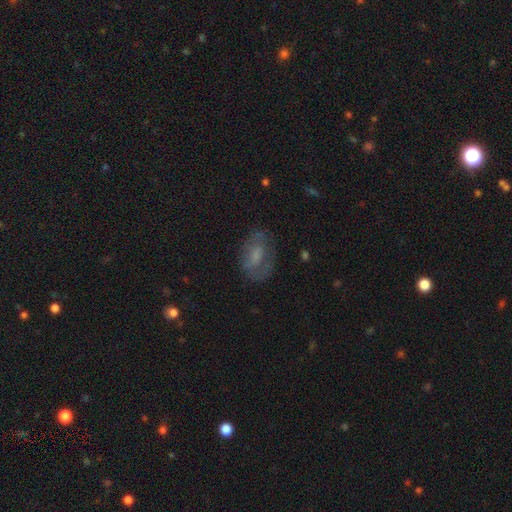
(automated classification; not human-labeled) This appears to be a smooth galaxy with no disk features (47%). Merging: none (62%).